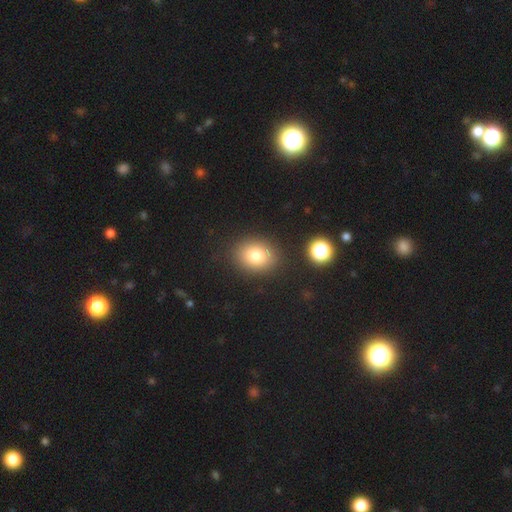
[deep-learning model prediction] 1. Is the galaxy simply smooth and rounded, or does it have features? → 79% smooth, 12% star or artifact, 9% featured or disk.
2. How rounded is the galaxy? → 50% round, 49% in between, 1% cigar-shaped.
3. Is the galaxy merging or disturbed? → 86% none, 8% minor disturbance, 3% major disturbance, 3% merger.